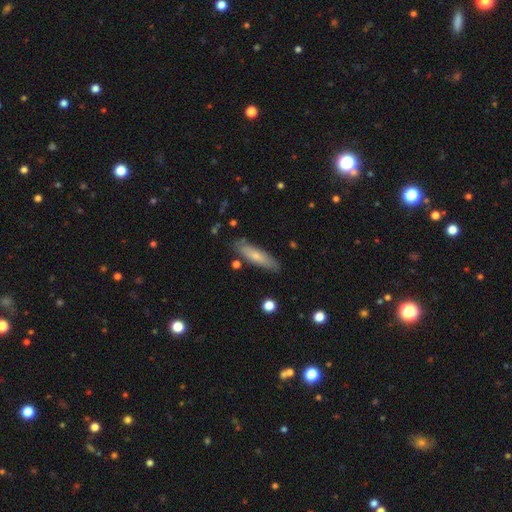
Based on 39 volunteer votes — This is likely a smooth galaxy (62%). How rounded: likely cigar-shaped (71%). Merging: clearly none (81%).